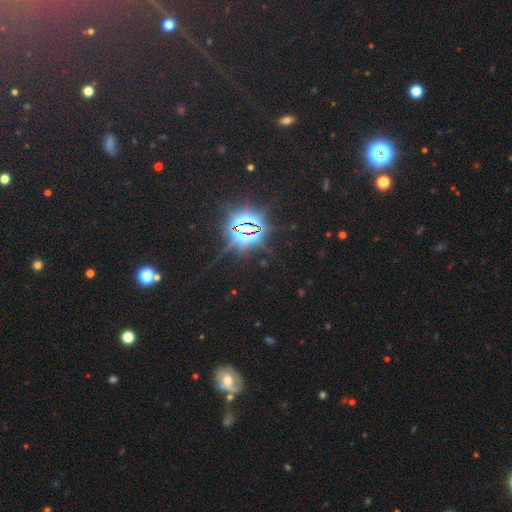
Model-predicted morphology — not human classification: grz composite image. It shows a star or artifact, not a galaxy (72%).